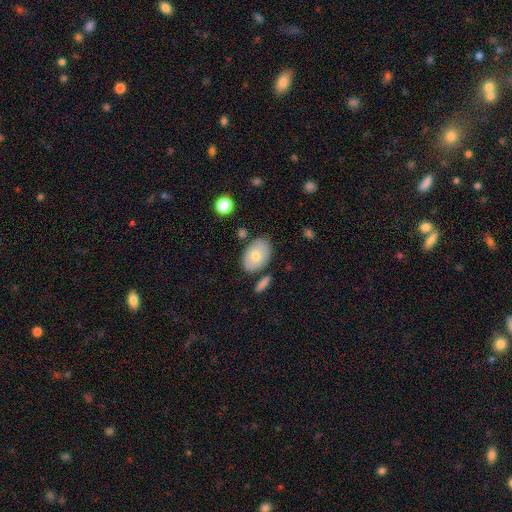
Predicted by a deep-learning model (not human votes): This appears to be a smooth galaxy with no disk features (73%) that is in between round and cigar-shaped (86%). Merging: none (75%).